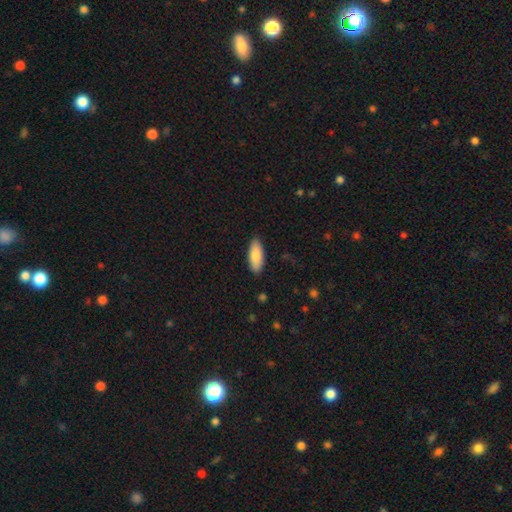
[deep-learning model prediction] Smooth or featured?
  - smooth: 83% *
  - featured or disk: 11%
  - star or artifact: 6%
How rounded?
  - in between: 79% *
  - cigar-shaped: 20%
  - round: 2%
Merging?
  - none: 88% *
  - minor disturbance: 9%
  - major disturbance: 2%
  - merger: 1%